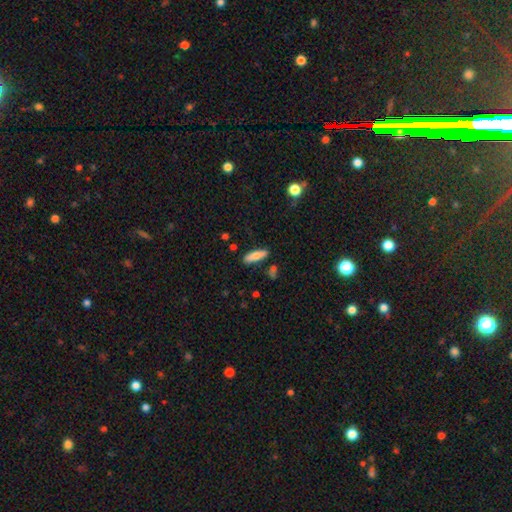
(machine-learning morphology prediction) A smooth galaxy with no disk features (75%) that is cigar-shaped (52%).

Vote fractions:
- Smooth or featured? smooth: 75% / featured or disk: 18% / star or artifact: 7%
- How rounded? cigar-shaped: 52% / in between: 45% / round: 2%
- Merging? none: 81% / minor disturbance: 12% / merger: 4% / major disturbance: 3%